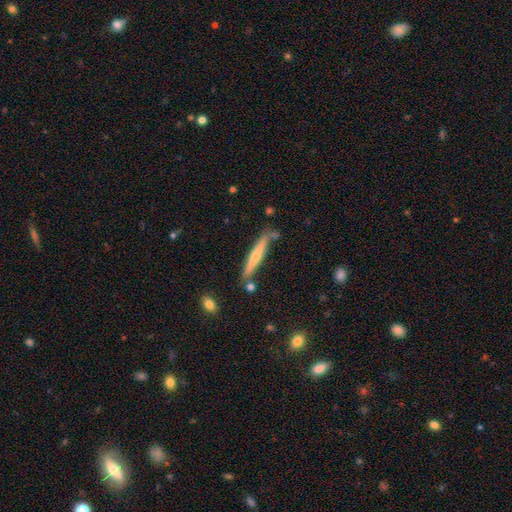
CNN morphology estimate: Overall: smooth (52%; featured or disk 42%). How rounded: cigar-shaped (94%). Merging: none (70%).